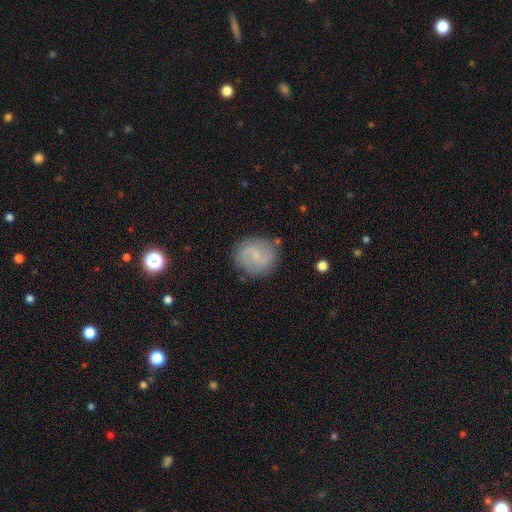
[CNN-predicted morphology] This is likely a featured or disk galaxy (67%). It is clearly not viewed edge-on (98%). Bar: possibly weak (49%). Spiral arm pattern: clearly yes (93%). Spiral arm count: clearly 2 (84%). Spiral winding: possibly medium (47%). Central bulge: likely small (65%). Merging: clearly none (82%).